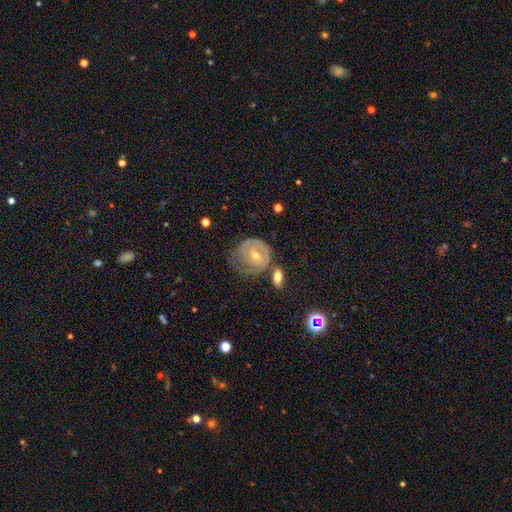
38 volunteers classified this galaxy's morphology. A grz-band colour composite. It shows a featured or disk galaxy (89%) with a weak bar (48%), 2 (39%, tied with can't tell) tight (84%) spiral arms (94%) and a small central bulge (64%). Merging: none (54%).